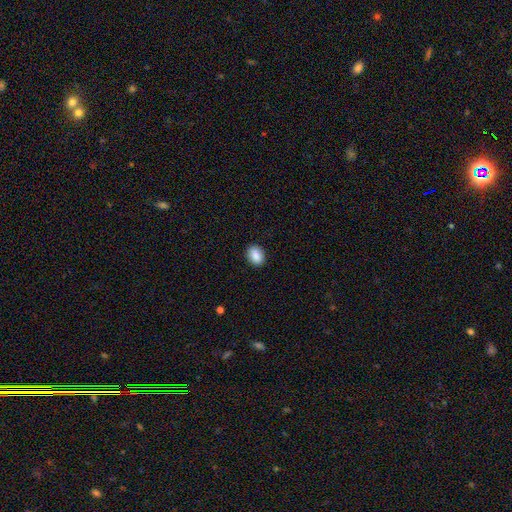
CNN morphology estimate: smooth_or_featured: smooth (p=0.89) [alt: star or artifact p=0.08]
how_rounded: in between (p=0.69) [alt: round p=0.30]
merging: none (p=0.91) [alt: minor disturbance p=0.07]